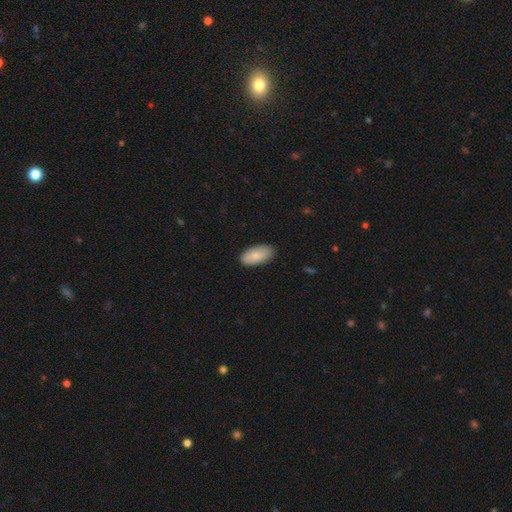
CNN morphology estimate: smooth_or_featured: smooth (p=0.85) [alt: featured or disk p=0.09]
how_rounded: in between (p=0.94) [alt: cigar-shaped p=0.04]
merging: none (p=0.86) [alt: minor disturbance p=0.11]